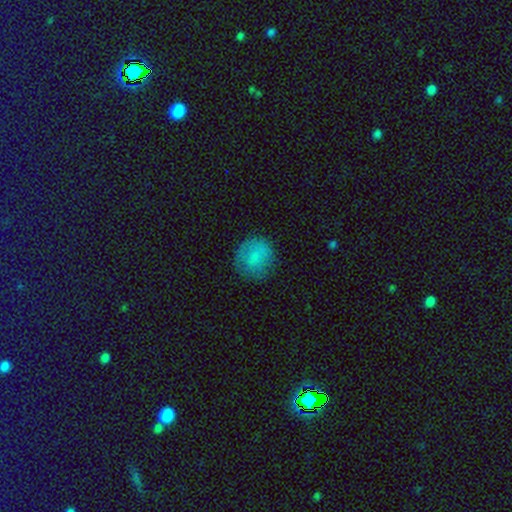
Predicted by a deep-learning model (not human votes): Morphology: type=smooth (79%); roundness=round (87%); merging=none (75%).